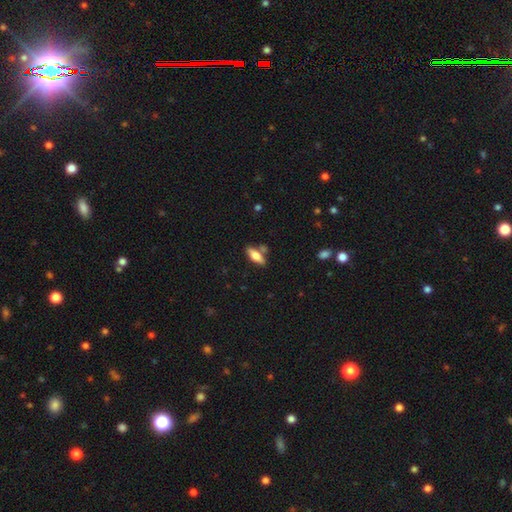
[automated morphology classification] smooth_or_featured: smooth (p=0.67) [alt: featured or disk p=0.26]
how_rounded: in between (p=0.67) [alt: cigar-shaped p=0.31]
merging: none (p=0.72) [alt: minor disturbance p=0.13]